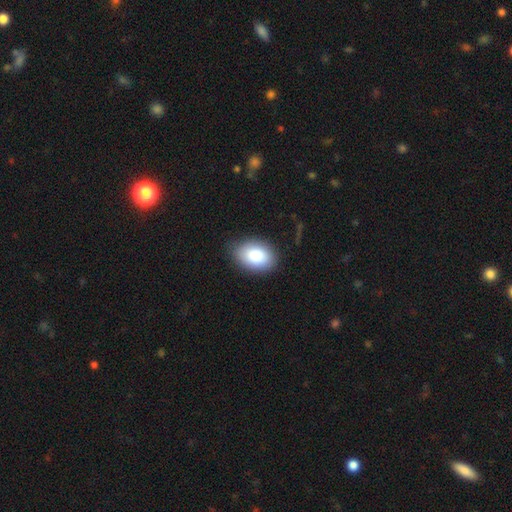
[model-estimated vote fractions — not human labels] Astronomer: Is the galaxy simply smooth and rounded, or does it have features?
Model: smooth — 87%.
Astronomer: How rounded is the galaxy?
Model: in between — 86%.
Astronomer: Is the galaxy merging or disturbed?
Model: none — 84%.